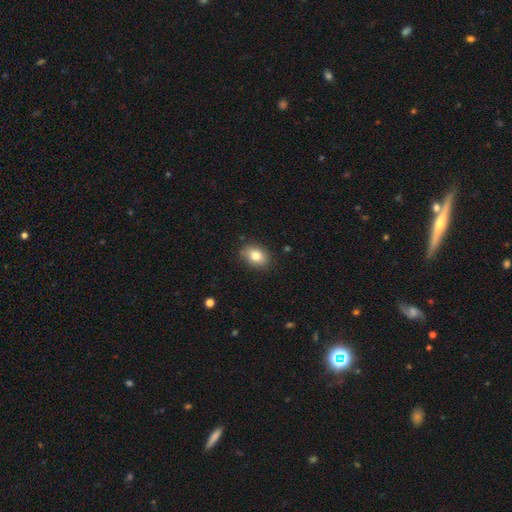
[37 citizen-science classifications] Smooth or featured? 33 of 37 (89%) said smooth. How rounded? 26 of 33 (79%) said in between. Merging? 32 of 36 (89%) said none.